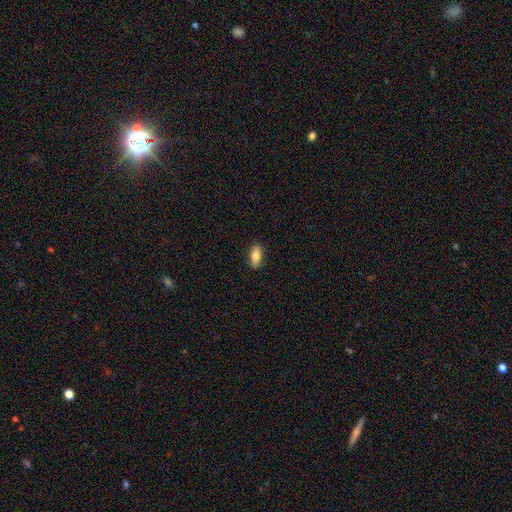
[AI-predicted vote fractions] smooth_or_featured: smooth (p=0.78) [alt: featured or disk p=0.15]
how_rounded: in between (p=0.80) [alt: cigar-shaped p=0.17]
merging: none (p=0.87) [alt: minor disturbance p=0.10]